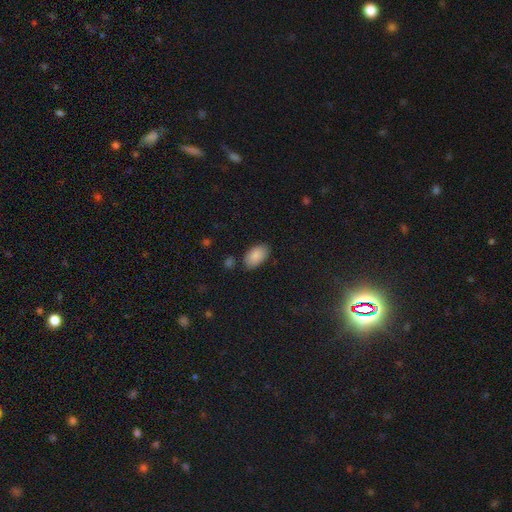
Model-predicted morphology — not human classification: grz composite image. It shows a smooth galaxy with no disk features (88%) that is in between round and cigar-shaped (95%). Merging: none (81%).